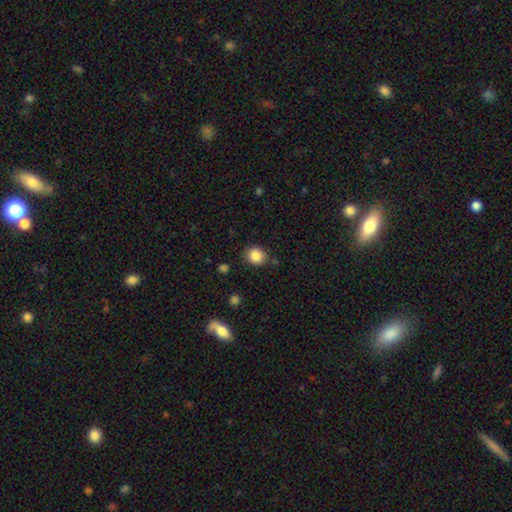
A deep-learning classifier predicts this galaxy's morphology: Smooth or featured: smooth — 86% (star or artifact — 10%)
How rounded: round — 72% (in between — 27%)
Merging: none — 78% (minor disturbance — 14%)